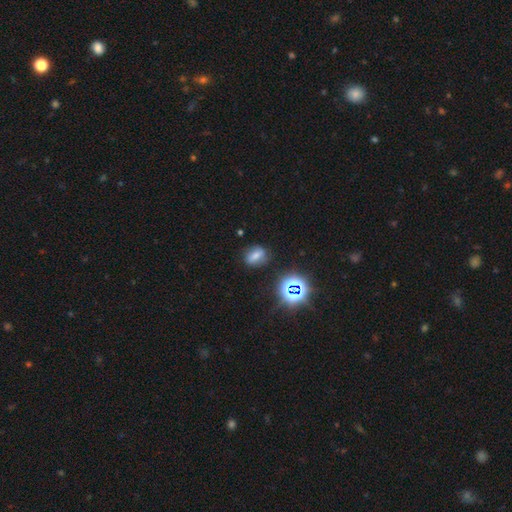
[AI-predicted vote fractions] This is possibly a smooth galaxy (57%). How rounded: likely in between (63%). Merging: likely none (78%).